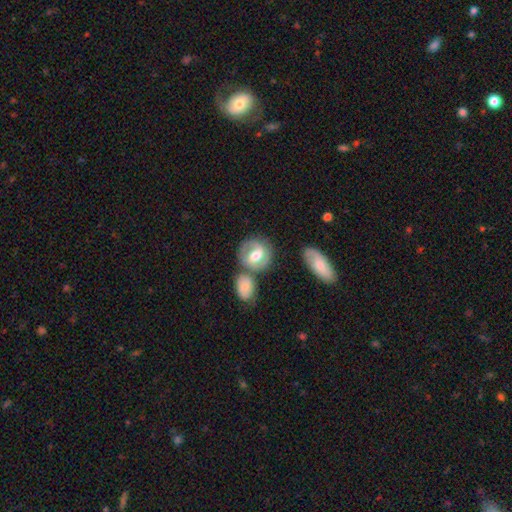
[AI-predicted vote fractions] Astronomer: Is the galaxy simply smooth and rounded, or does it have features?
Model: featured or disk — 61%.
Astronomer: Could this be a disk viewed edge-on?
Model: no — 95%.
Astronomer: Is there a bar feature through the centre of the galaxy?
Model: weak — 48% (runner-up: strong, 28%).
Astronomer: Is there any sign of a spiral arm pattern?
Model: yes — 81%.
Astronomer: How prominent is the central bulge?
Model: moderate — 69%.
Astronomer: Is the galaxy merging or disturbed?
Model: none — 58%.